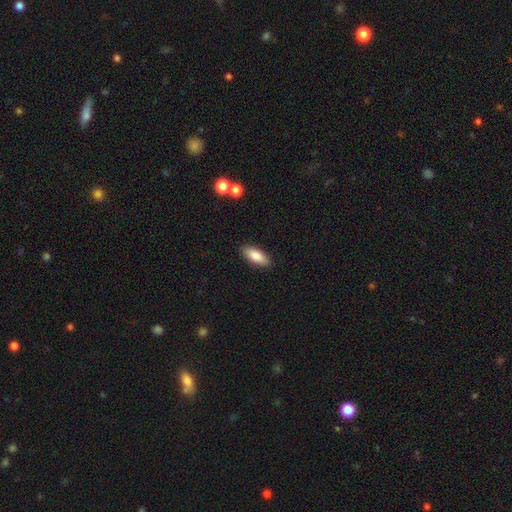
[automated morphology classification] The model was most divided on "how rounded": in between: 72%, cigar-shaped: 25%, round: 2%. More confident: merging — none (89%); smooth or featured — smooth (83%).